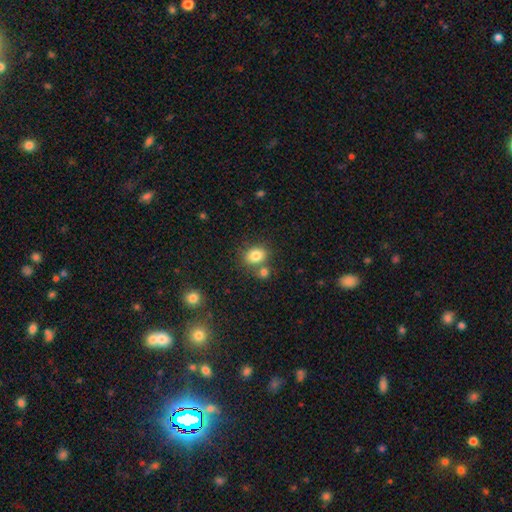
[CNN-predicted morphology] This appears to be a smooth galaxy with no disk features (83%) that is in between round and cigar-shaped (58%). Merging: none (61%).